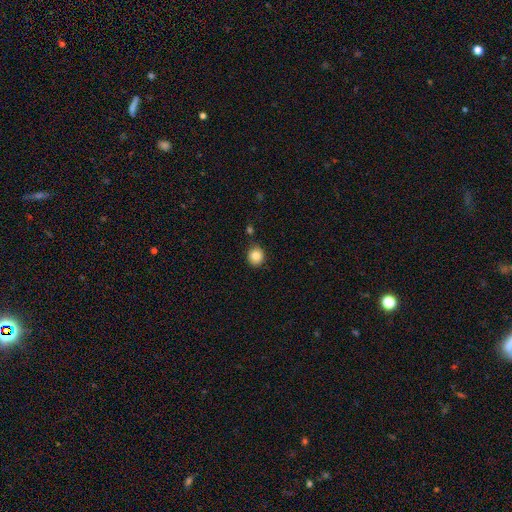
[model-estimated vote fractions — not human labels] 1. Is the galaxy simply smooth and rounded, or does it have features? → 84% smooth, 9% star or artifact, 6% featured or disk.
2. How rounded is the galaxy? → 82% round, 17% in between, 1% cigar-shaped.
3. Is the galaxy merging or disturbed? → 83% none, 11% minor disturbance, 4% merger, 2% major disturbance.